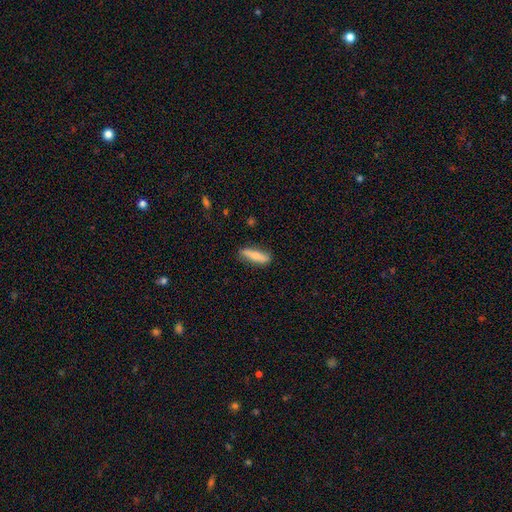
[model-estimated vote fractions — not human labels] Smooth or featured? Predicted: smooth (p=0.74). How rounded? Predicted: cigar-shaped (p=0.68). Merging? Predicted: none (p=0.83).